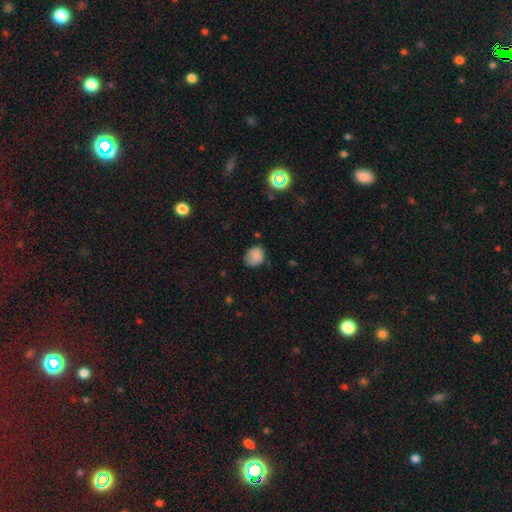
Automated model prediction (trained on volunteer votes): smooth-or-featured: smooth: 83% | star or artifact: 11% | featured or disk: 6%
  how-rounded: round: 61% | in between: 38% | cigar-shaped: 1%
  merging: none: 66% | minor disturbance: 26% | major disturbance: 6% | merger: 2%